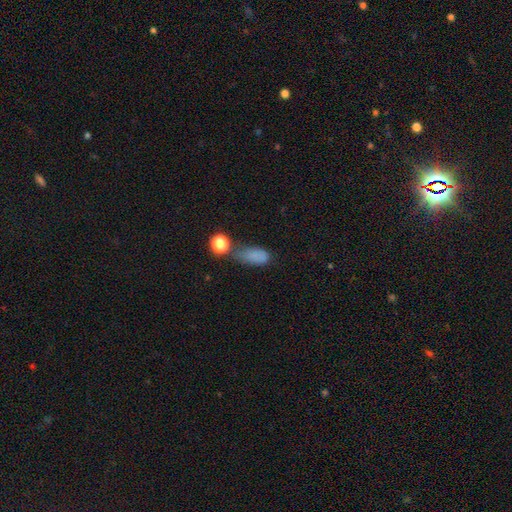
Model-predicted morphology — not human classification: Smooth or featured?
  - smooth: 77% *
  - star or artifact: 14%
  - featured or disk: 9%
How rounded?
  - in between: 76% *
  - cigar-shaped: 13%
  - round: 11%
Merging?
  - none: 41% *
  - minor disturbance: 26%
  - major disturbance: 18%
  - merger: 14%